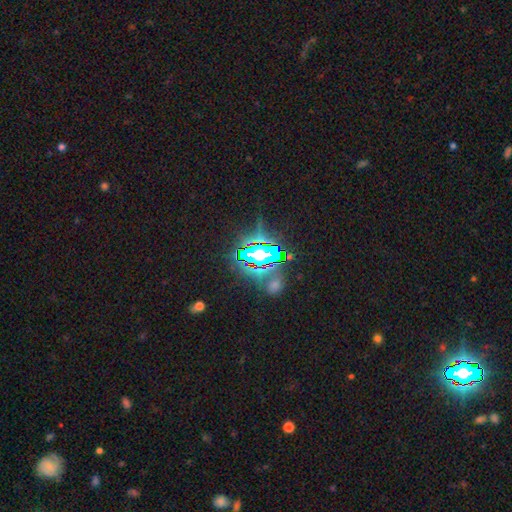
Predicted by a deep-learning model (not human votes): A star or artifact, not a galaxy (73%).